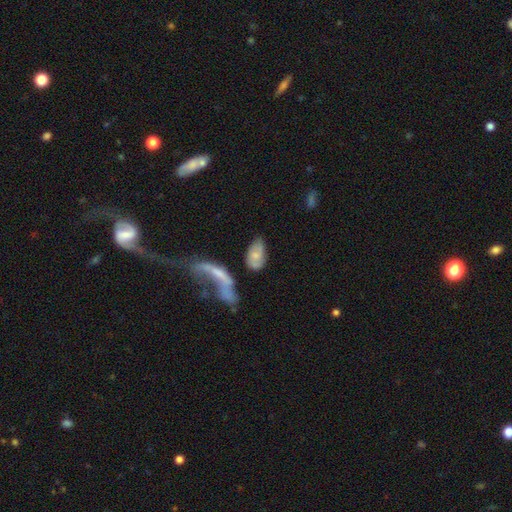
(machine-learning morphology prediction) Smooth or featured? Predicted: smooth (p=0.62). How rounded? Predicted: in between (p=0.90). Merging? Predicted: none (p=0.44).